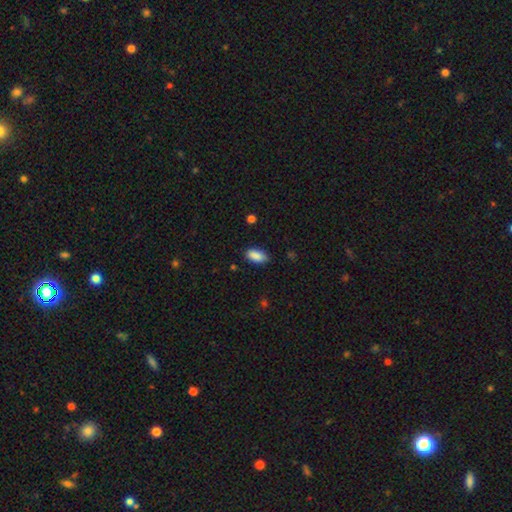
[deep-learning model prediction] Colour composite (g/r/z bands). It shows a smooth galaxy with no disk features (89%) that is in between round and cigar-shaped (92%). Merging: none (85%).